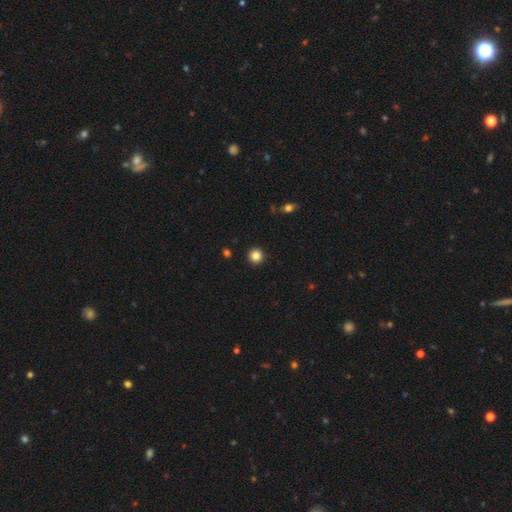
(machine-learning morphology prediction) Q: Smooth or featured?
A: smooth (85%); runner-up: star or artifact (11%)
Q: How rounded?
A: round (95%); runner-up: in between (4%)
Q: Merging?
A: none (93%); runner-up: minor disturbance (4%)